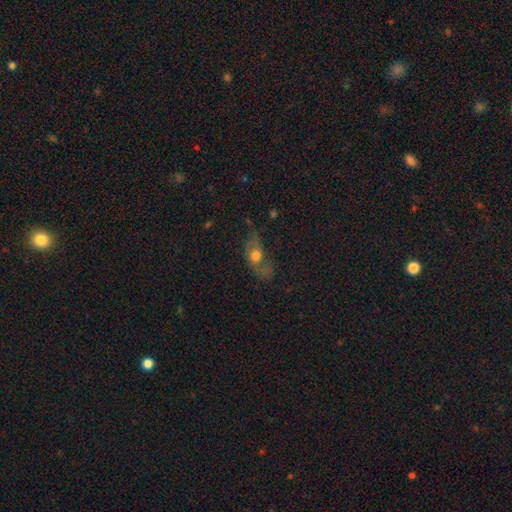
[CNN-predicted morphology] A smooth galaxy with no disk features (51%) that is in between round and cigar-shaped (66%). Merging: none (45%).